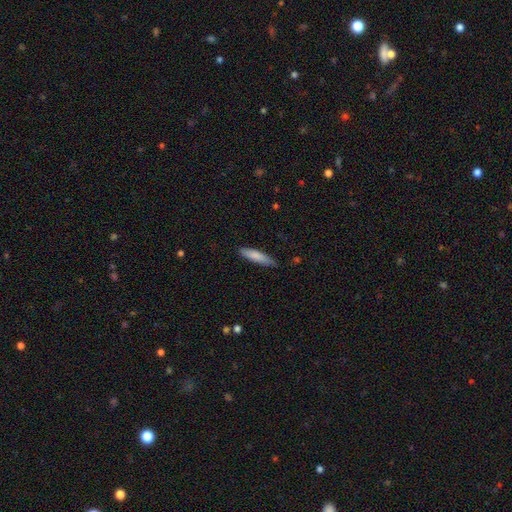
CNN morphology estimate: smooth 80%, featured or disk 14%, star or artifact 6%. Down the decision tree: how rounded — cigar-shaped (79%); merging — none (81%).